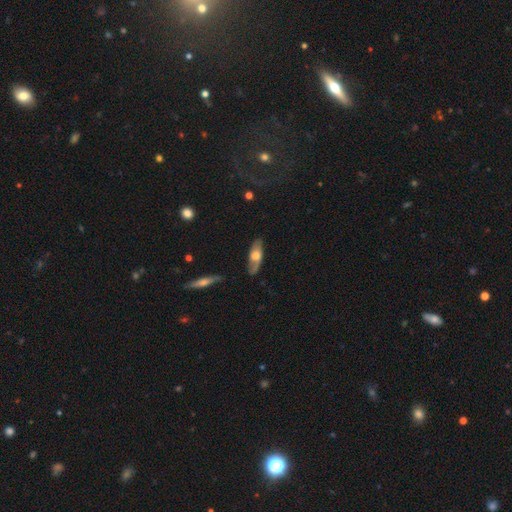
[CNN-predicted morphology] This is possibly a featured or disk galaxy (51%). It is possibly not viewed edge-on (52%). Merging: likely none (75%).